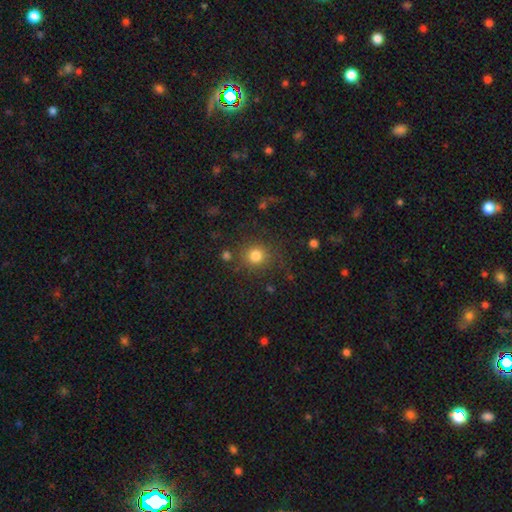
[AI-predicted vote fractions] smooth_or_featured: smooth (p=0.80) [alt: star or artifact p=0.14]
how_rounded: round (p=0.91) [alt: in between p=0.08]
merging: none (p=0.82) [alt: minor disturbance p=0.10]